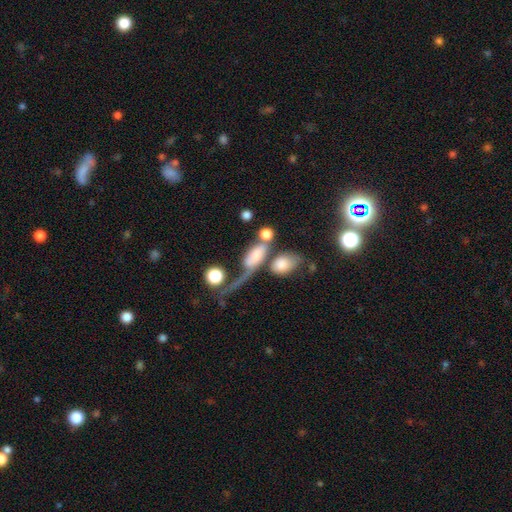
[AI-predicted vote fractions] smooth_or_featured: smooth (p=0.61) [alt: featured or disk p=0.30]
how_rounded: in between (p=0.77) [alt: cigar-shaped p=0.13]
merging: merger (p=0.42) [alt: major disturbance p=0.23]